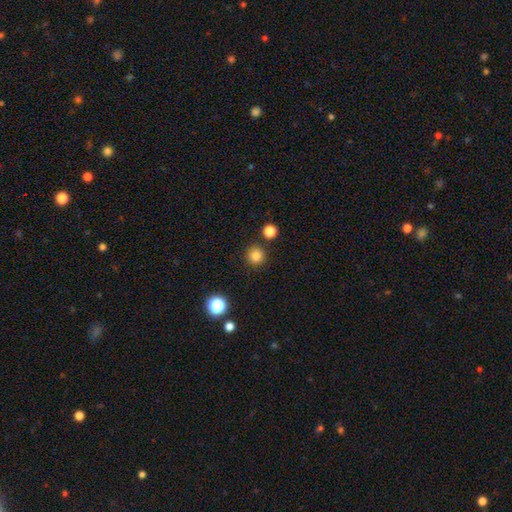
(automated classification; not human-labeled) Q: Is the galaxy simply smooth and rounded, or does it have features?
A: smooth — 83%.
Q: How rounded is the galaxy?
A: round — 95%.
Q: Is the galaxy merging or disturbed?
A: none — 89%.